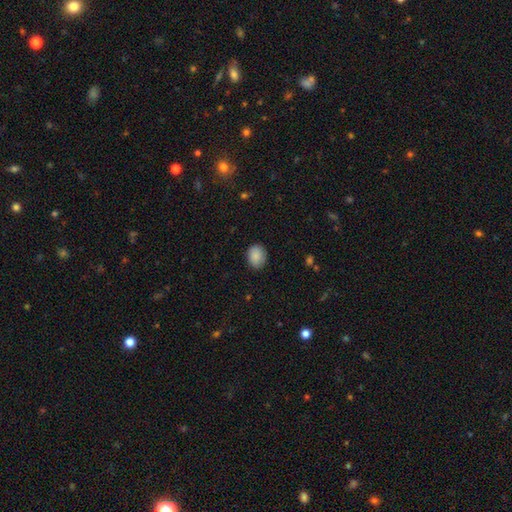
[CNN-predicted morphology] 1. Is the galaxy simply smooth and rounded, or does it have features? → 88% smooth, 7% star or artifact, 5% featured or disk.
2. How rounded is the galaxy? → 54% in between, 45% round, 1% cigar-shaped.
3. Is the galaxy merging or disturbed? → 84% none, 12% minor disturbance, 3% major disturbance, 1% merger.